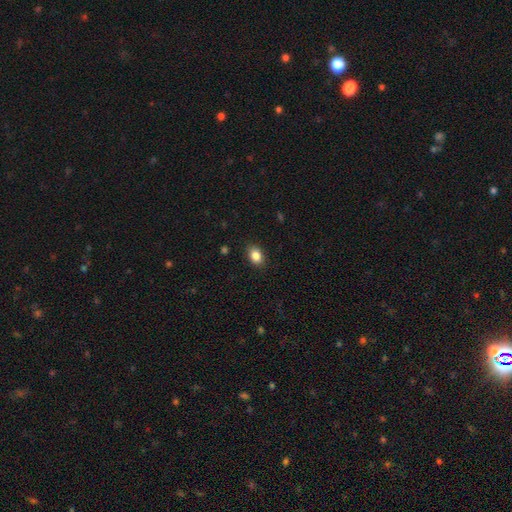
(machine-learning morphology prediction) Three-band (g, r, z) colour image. It shows a smooth galaxy with no disk features (86%) that is in between round and cigar-shaped (75%). Merging: none (88%).